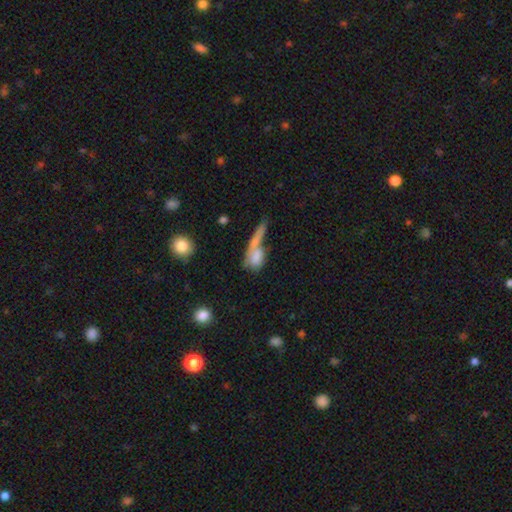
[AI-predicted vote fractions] Q: Smooth or featured?
A: smooth (65%); runner-up: featured or disk (25%)
Q: How rounded?
A: in between (63%); runner-up: cigar-shaped (19%)
Q: Merging?
A: merger (49%); runner-up: none (24%)